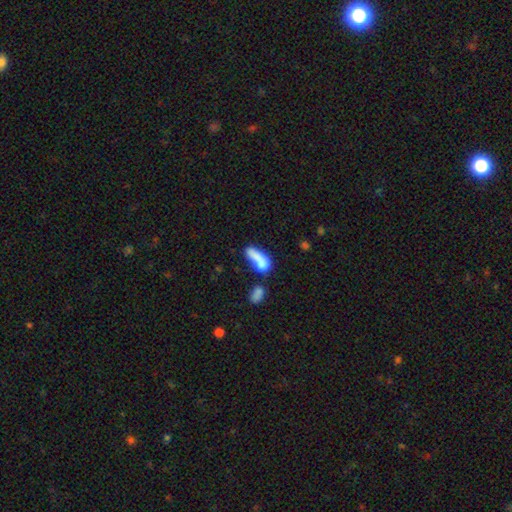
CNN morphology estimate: Overall: smooth (73%). How rounded: in between (60%; cigar-shaped 34%). Merging: merger (44%; none 25%).